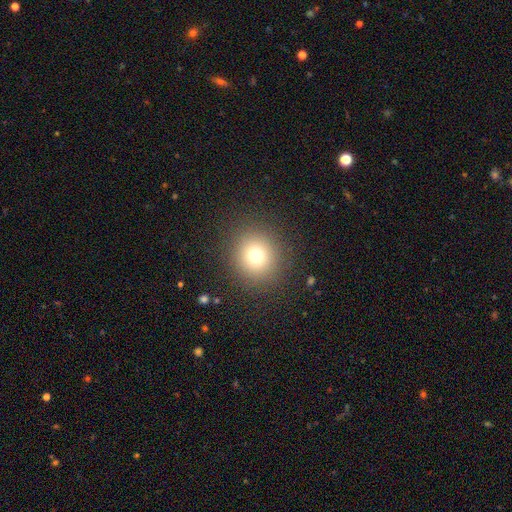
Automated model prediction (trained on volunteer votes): smooth 73%, star or artifact 17%, featured or disk 10%. Down the decision tree: how rounded — round (92%); merging — none (89%).